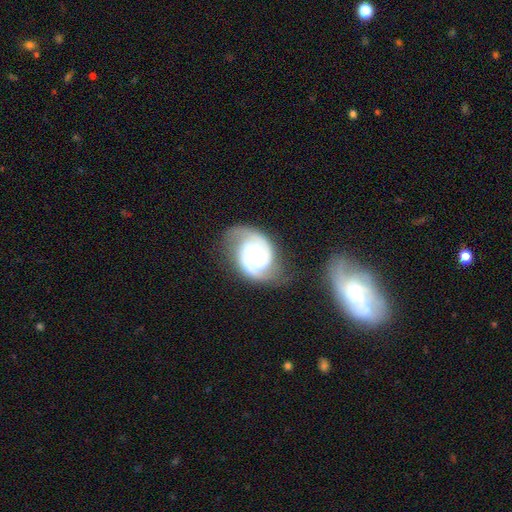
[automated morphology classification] A featured or disk galaxy (88%) with no bar (67%), 2 (84%) tight (54%) spiral arms (97%) and a moderate central bulge (64%). Merging: none (62%).